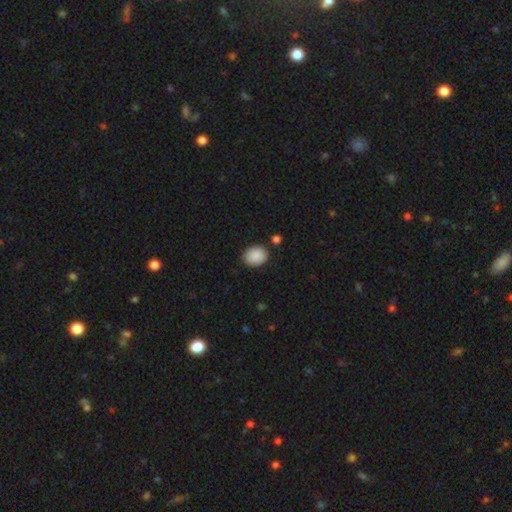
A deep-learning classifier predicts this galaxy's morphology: Smooth or featured? Predicted: smooth (p=0.89). How rounded? Predicted: in between (p=0.53). Merging? Predicted: none (p=0.84).